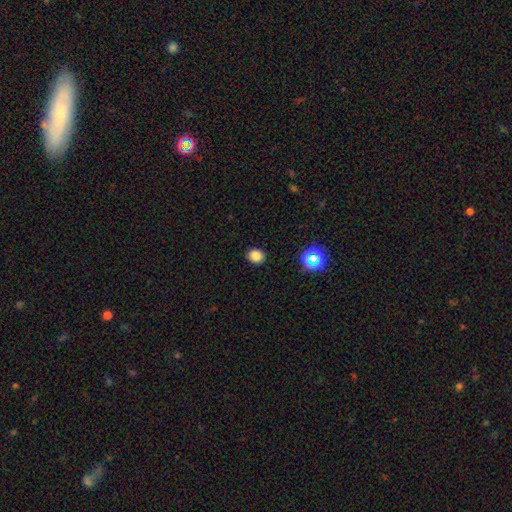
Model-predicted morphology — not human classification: smooth_or_featured: smooth (p=0.81) [alt: star or artifact p=0.14]
how_rounded: round (p=0.64) [alt: in between p=0.35]
merging: none (p=0.90) [alt: minor disturbance p=0.07]